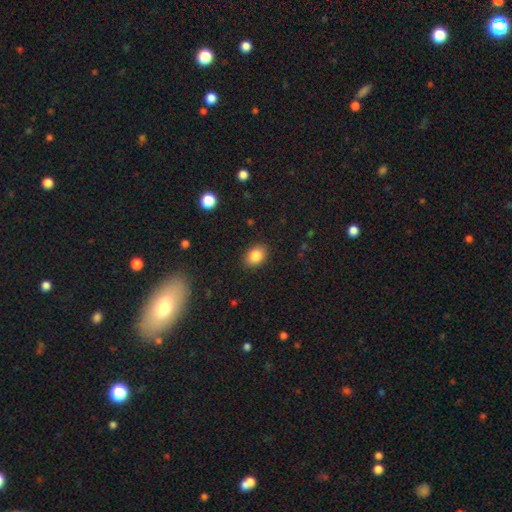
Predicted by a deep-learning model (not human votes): Overall: smooth (85%). How rounded: in between (70%). Merging: none (88%).